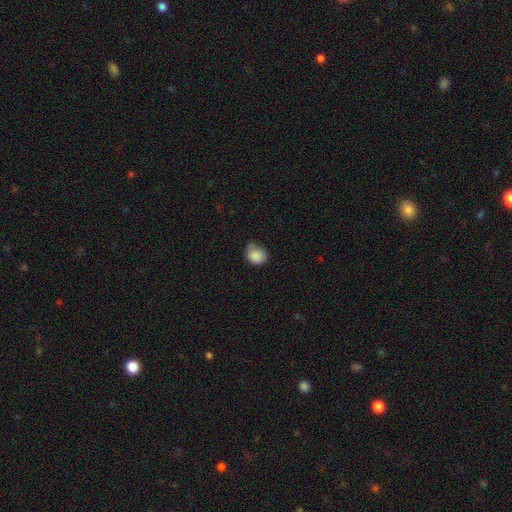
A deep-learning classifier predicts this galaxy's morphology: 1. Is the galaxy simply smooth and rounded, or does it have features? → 86% smooth, 8% star or artifact, 5% featured or disk.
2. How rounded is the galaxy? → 64% round, 35% in between, 1% cigar-shaped.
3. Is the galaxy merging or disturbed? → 51% none, 38% minor disturbance, 8% major disturbance, 3% merger.